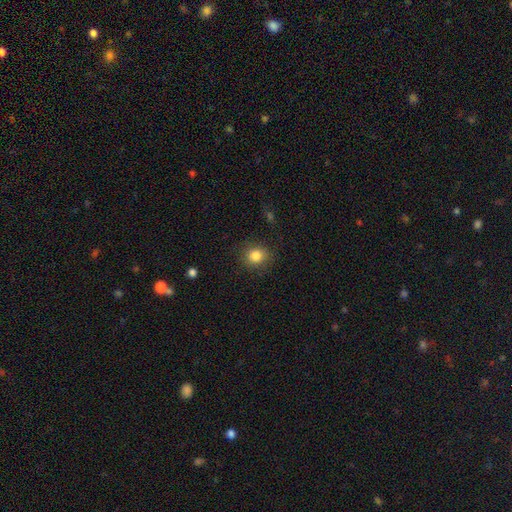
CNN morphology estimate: Q: Smooth or featured?
A: smooth (83%); runner-up: star or artifact (11%)
Q: How rounded?
A: round (84%); runner-up: in between (15%)
Q: Merging?
A: none (87%); runner-up: minor disturbance (9%)